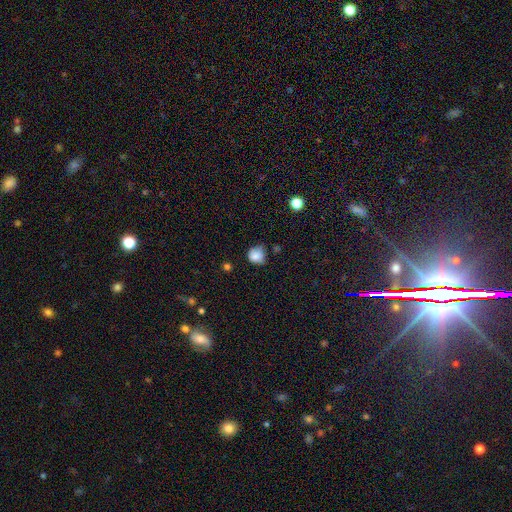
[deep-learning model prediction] Morphology: type=smooth (82%); roundness=round (76%); merging=none (51%).